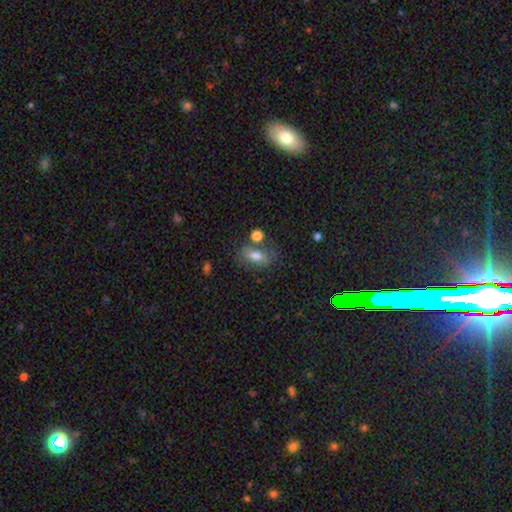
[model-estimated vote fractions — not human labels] Morphology: type=smooth (74%); roundness=in between (81%); merging=none (60%).